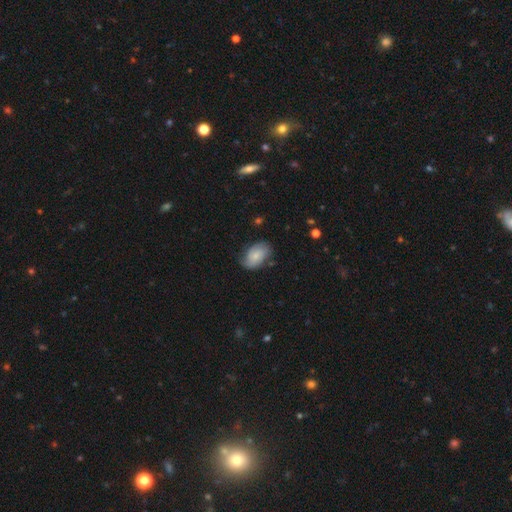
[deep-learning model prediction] This appears to be a smooth galaxy with no disk features (49%). Merging: none (66%).